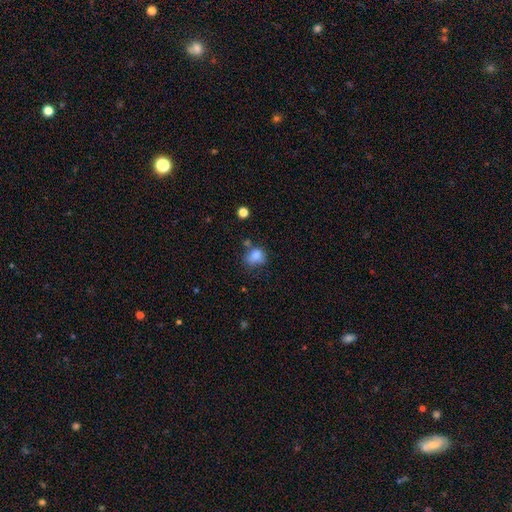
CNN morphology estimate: A smooth galaxy with no disk features (79%) that is in between round and cigar-shaped (49%, tied with round). Merging: none (45%).